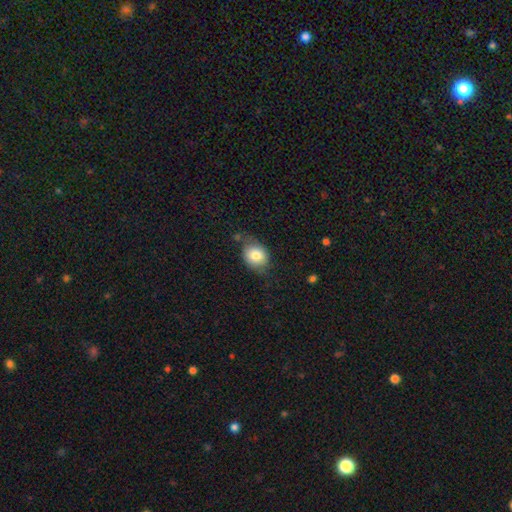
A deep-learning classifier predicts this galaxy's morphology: smooth 79%, featured or disk 13%, star or artifact 8%. Down the decision tree: how rounded — round (52%); merging — none (63%).